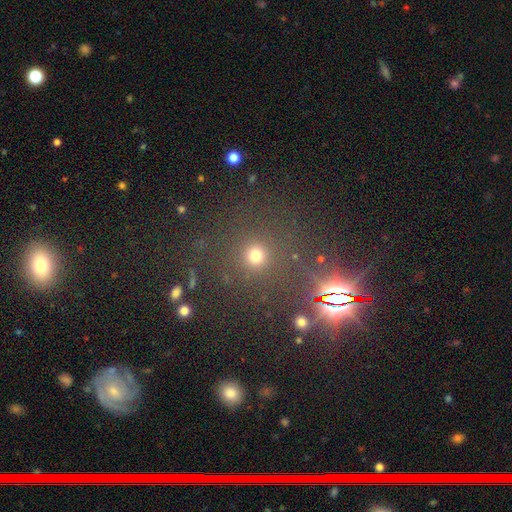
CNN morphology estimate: The model was most divided on "smooth or featured": smooth: 64%, star or artifact: 29%, featured or disk: 7%. More confident: how rounded — round (94%); merging — none (86%).